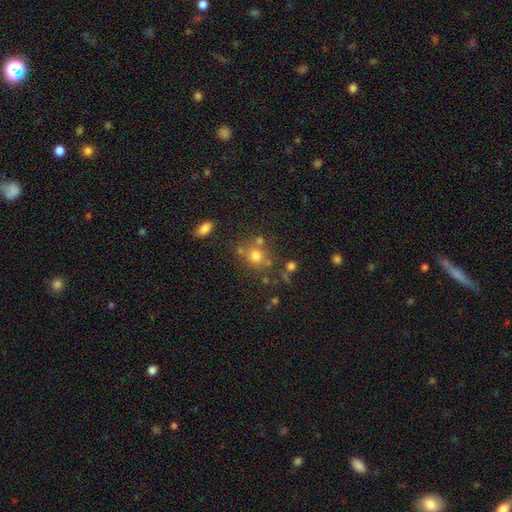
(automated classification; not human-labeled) Smooth or featured? smooth (70%)
How rounded? round (80%)
Merging? none (63%)